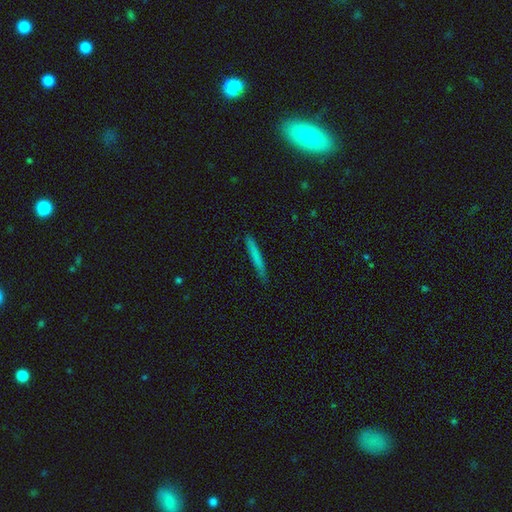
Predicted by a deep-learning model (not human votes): A smooth galaxy with no disk features (70%) that is cigar-shaped (96%). Merging: none (88%).